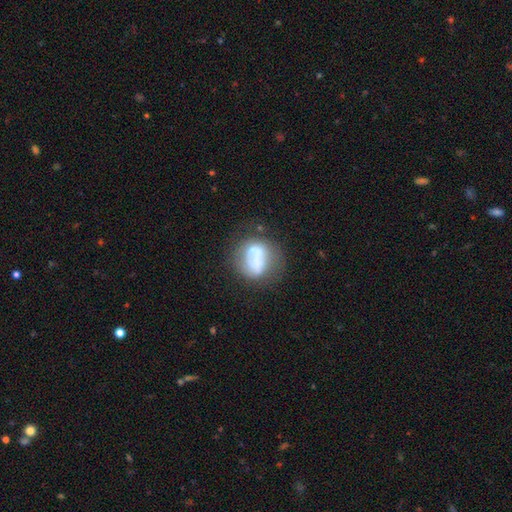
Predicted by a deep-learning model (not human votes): Morphology: type=smooth (48%); merging=none (39%).